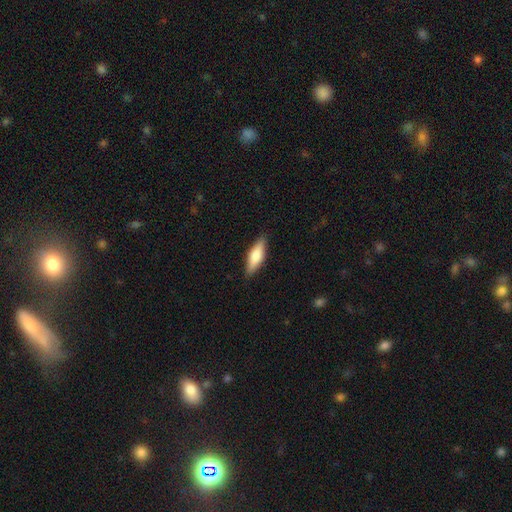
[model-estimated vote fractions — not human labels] The model was most divided on "how rounded": in between: 51%, cigar-shaped: 47%, round: 2%. More confident: merging — none (87%); smooth or featured — smooth (63%).